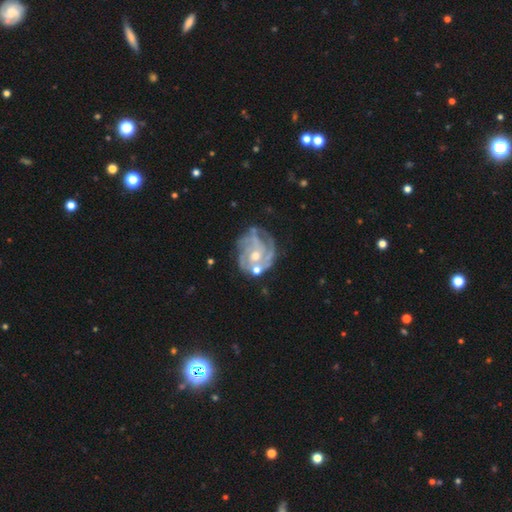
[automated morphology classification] This is clearly a featured or disk galaxy (85%). It is clearly not viewed edge-on (98%). Bar: likely no (71%). Spiral arm pattern: clearly yes (92%). Spiral arm count: marginally can't tell (31%). Spiral winding: likely tight (61%). Central bulge: possibly moderate (52%). Merging: likely none (61%).